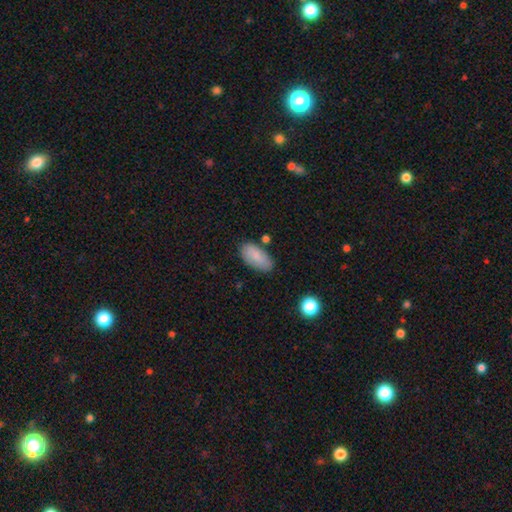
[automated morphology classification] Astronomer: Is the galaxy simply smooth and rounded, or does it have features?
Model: smooth — 85%.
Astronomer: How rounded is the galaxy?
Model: in between — 93%.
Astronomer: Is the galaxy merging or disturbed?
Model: none — 74%.